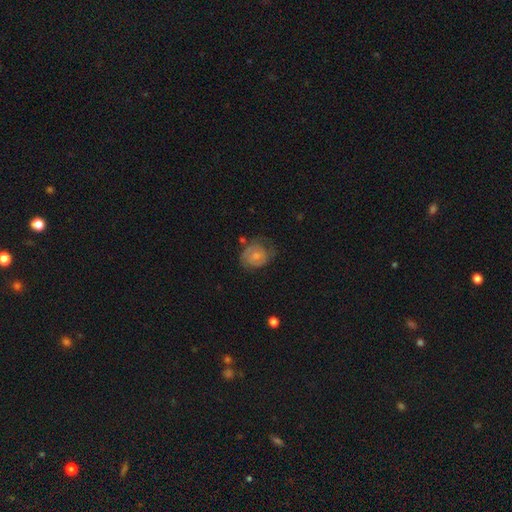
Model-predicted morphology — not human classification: Overall: featured or disk (56%; smooth 37%). Edge-on disk: no (97%). Bar: no (72%). Spiral arms: yes (78%). Bulge size: small (45%; moderate 41%). Merging: none (53%; minor disturbance 28%).